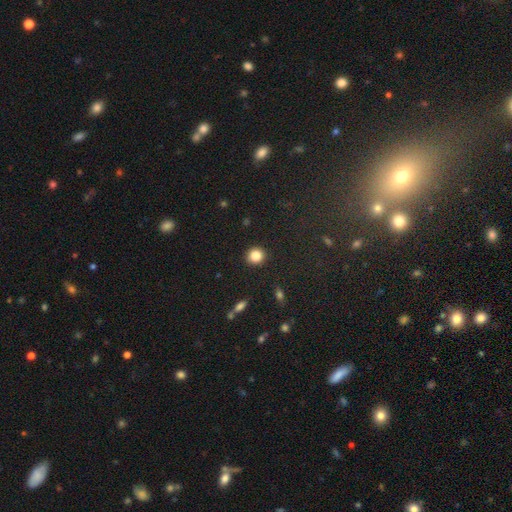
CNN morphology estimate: Smooth or featured: smooth — 84% (star or artifact — 10%)
How rounded: round — 90% (in between — 9%)
Merging: none — 92% (minor disturbance — 5%)